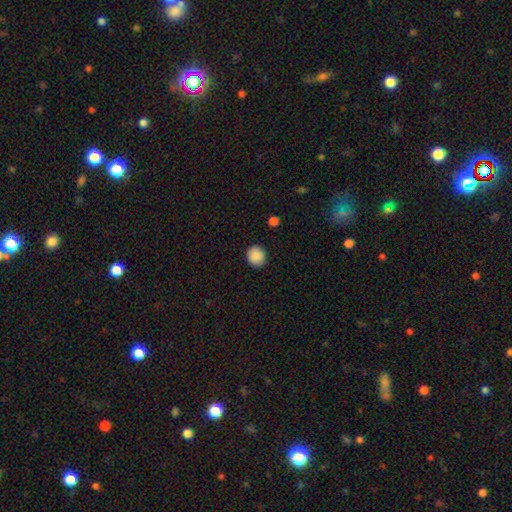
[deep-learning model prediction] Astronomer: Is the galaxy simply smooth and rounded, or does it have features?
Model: smooth — 89%.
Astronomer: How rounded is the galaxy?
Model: round — 87%.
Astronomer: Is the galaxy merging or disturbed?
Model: none — 91%.